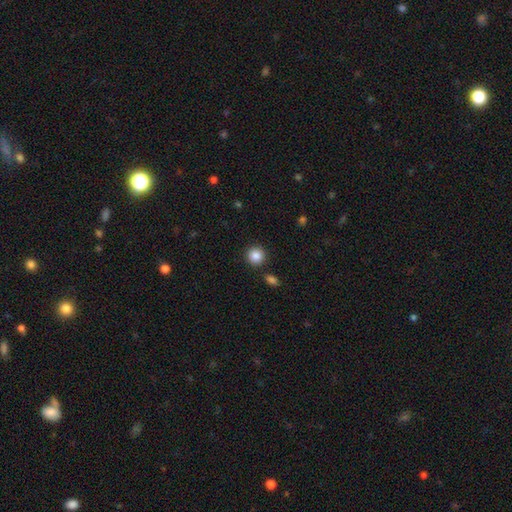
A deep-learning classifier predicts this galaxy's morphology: The model was most divided on "smooth or featured": smooth: 87%, star or artifact: 9%, featured or disk: 4%. More confident: how rounded — round (93%); merging — none (89%).